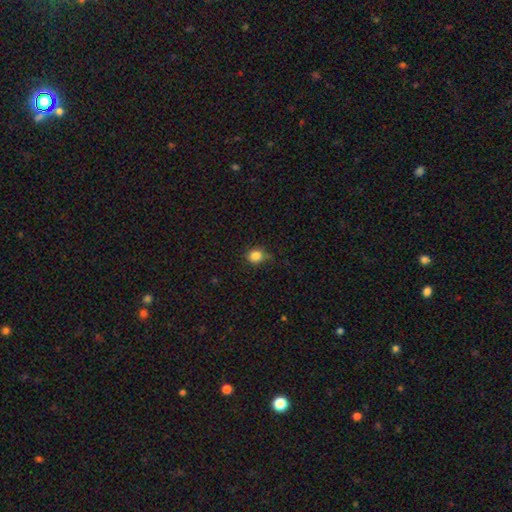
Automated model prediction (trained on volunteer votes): Smooth or featured? smooth (84%)
How rounded? round (84%)
Merging? none (78%)